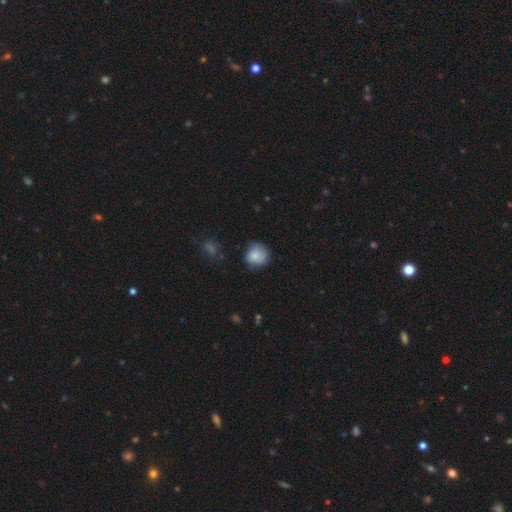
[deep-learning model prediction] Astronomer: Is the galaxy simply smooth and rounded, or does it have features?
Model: smooth — 82%.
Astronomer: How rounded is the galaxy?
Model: round — 86%.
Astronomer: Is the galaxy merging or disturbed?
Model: none — 66%.